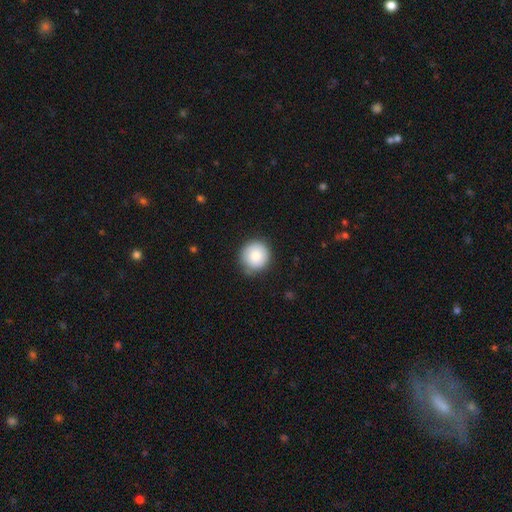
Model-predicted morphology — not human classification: smooth-or-featured: smooth: 84% | featured or disk: 9% | star or artifact: 7%
  how-rounded: round: 94% | in between: 5% | cigar-shaped: 1%
  merging: none: 84% | minor disturbance: 12% | major disturbance: 3% | merger: 1%